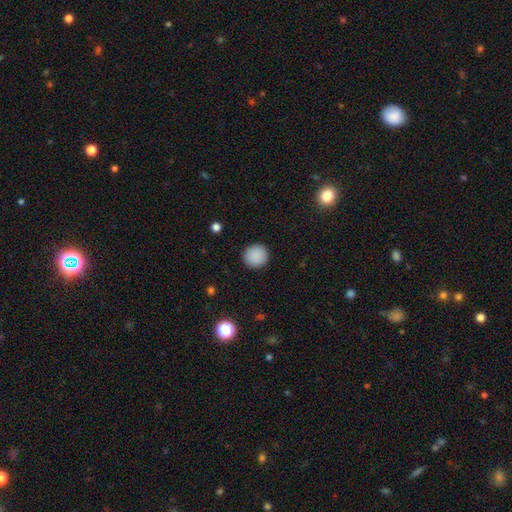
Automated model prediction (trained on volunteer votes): This is clearly a smooth galaxy (89%). How rounded: clearly round (94%). Merging: clearly none (92%).